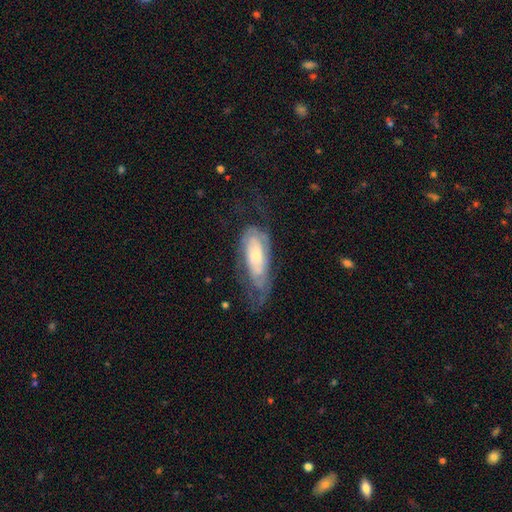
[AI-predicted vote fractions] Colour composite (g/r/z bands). It shows a featured or disk galaxy (67%) with no bar (72%), spiral arms (80%) and a small central bulge (42%). Merging: none (47%).